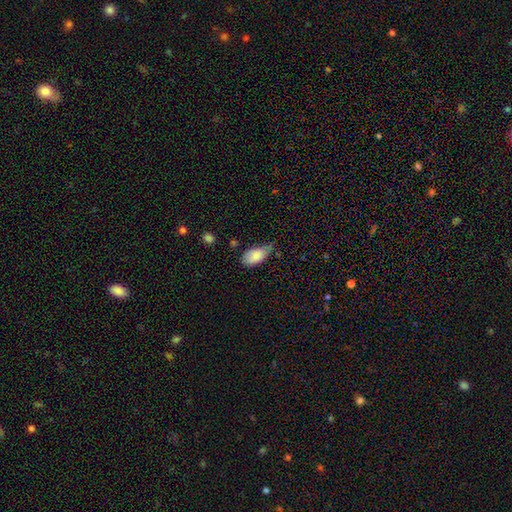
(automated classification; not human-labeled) Smooth or featured?
  - smooth: 84% *
  - featured or disk: 9%
  - star or artifact: 7%
How rounded?
  - in between: 93% *
  - round: 4%
  - cigar-shaped: 3%
Merging?
  - minor disturbance: 49% *
  - none: 35%
  - major disturbance: 13%
  - merger: 4%